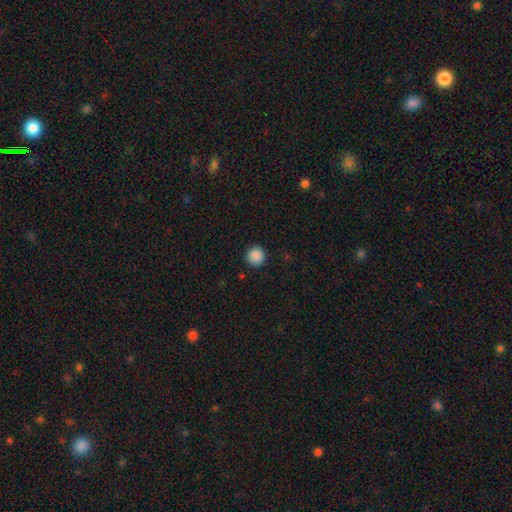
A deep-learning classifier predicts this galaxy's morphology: Q: Smooth or featured?
A: smooth (88%); runner-up: star or artifact (9%)
Q: How rounded?
A: round (94%); runner-up: in between (5%)
Q: Merging?
A: none (91%); runner-up: minor disturbance (6%)